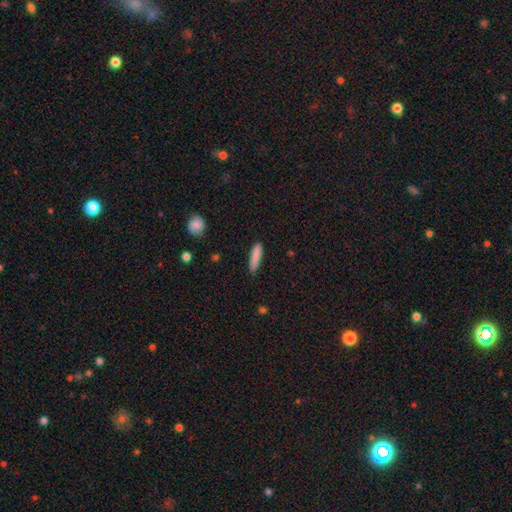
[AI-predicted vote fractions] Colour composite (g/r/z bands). It shows a smooth galaxy with no disk features (86%) that is cigar-shaped (80%). Merging: none (83%).